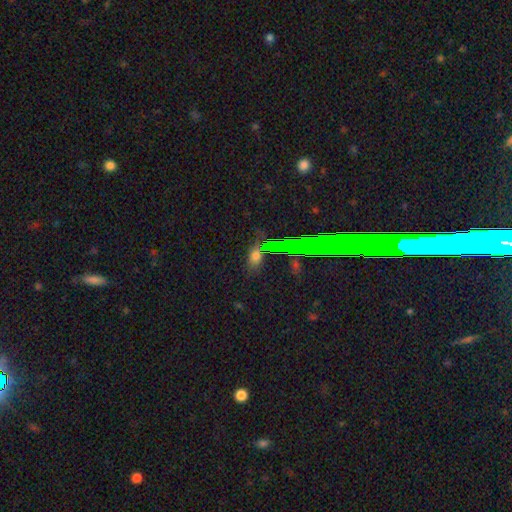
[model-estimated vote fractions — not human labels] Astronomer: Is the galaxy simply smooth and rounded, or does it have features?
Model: smooth — 51% (runner-up: star or artifact, 39%).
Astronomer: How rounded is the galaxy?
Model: in between — 64%.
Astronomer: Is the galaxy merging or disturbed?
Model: none — 77%.